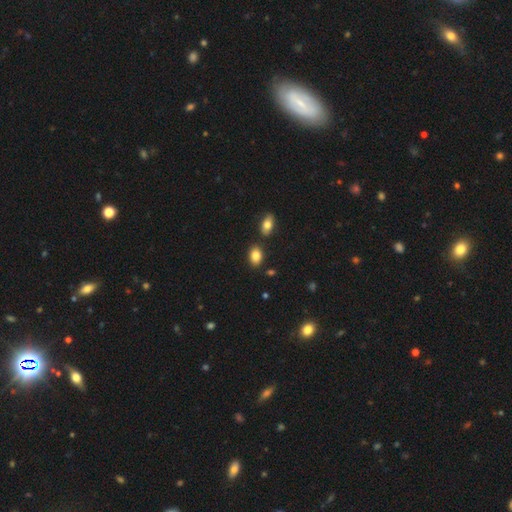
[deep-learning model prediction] This is clearly a smooth galaxy (85%). How rounded: clearly in between (84%). Merging: clearly none (80%).